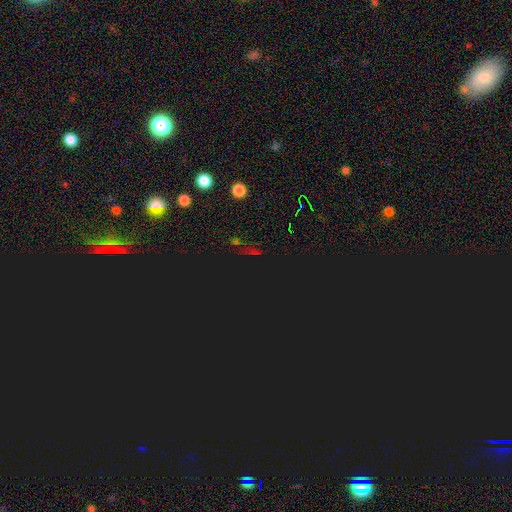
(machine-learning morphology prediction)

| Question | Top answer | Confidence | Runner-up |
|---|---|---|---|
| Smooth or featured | star or artifact | 78% | smooth (14%) |